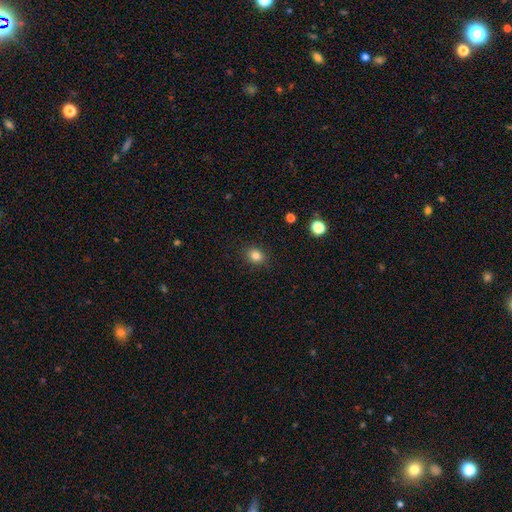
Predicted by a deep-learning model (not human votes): Smooth or featured? smooth (83%)
How rounded? round (65%)
Merging? none (89%)